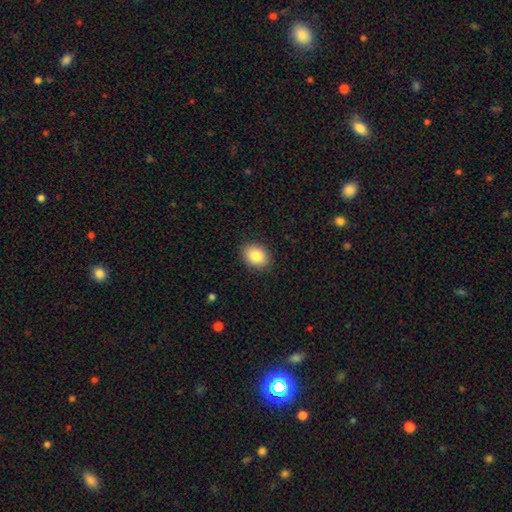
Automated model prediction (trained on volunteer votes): This appears to be a smooth galaxy with no disk features (85%) that is in between round and cigar-shaped (60%). Merging: none (89%).